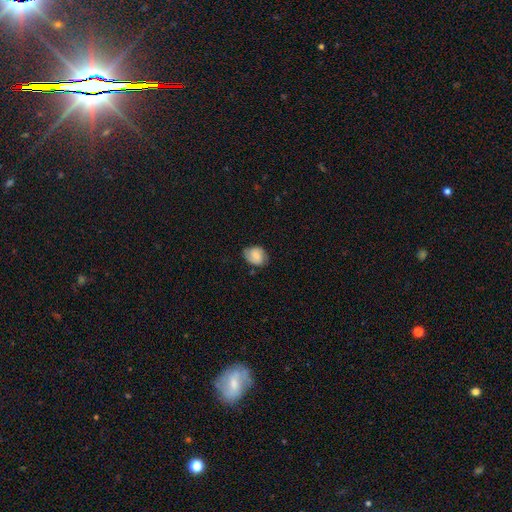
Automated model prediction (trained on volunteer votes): This is possibly a smooth galaxy (57%). How rounded: possibly in between (50%). Merging: likely none (69%).